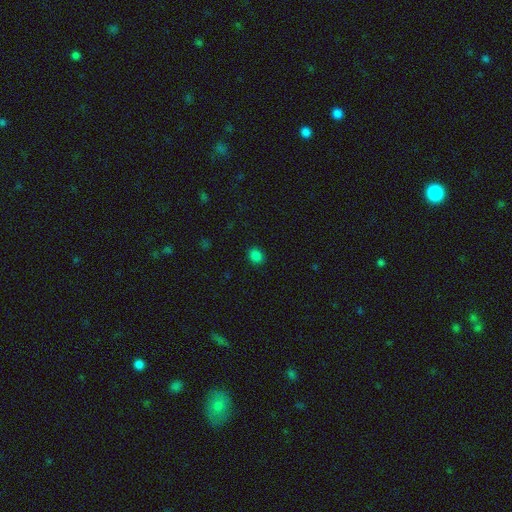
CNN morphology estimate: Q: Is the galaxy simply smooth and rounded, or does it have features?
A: smooth — 83%.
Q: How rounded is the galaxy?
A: round — 57%.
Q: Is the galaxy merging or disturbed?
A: none — 89%.